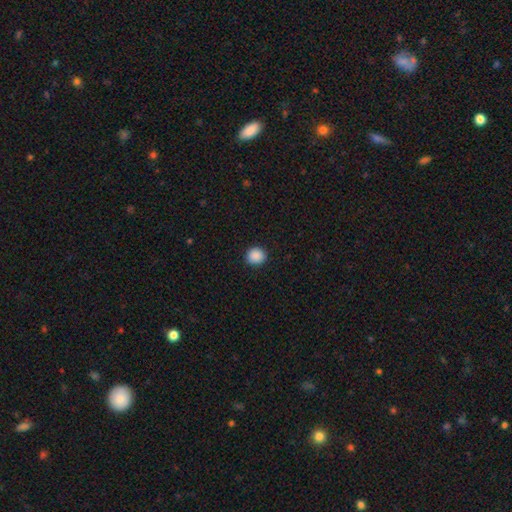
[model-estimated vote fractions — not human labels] Smooth or featured: smooth — 89% (star or artifact — 9%)
How rounded: round — 87% (in between — 12%)
Merging: none — 91% (minor disturbance — 6%)